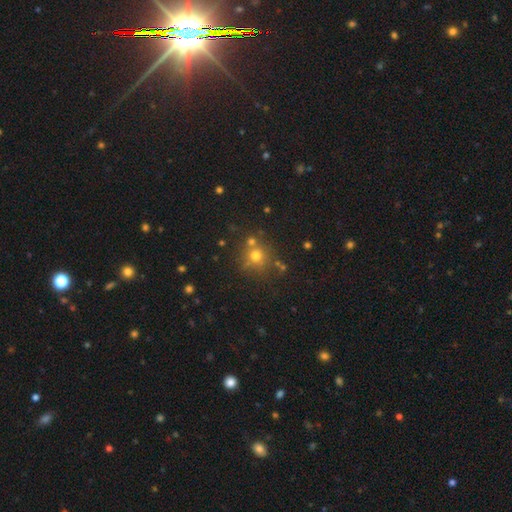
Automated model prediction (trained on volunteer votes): Smooth or featured?
  - smooth: 66% *
  - star or artifact: 23%
  - featured or disk: 11%
How rounded?
  - round: 90% *
  - in between: 9%
  - cigar-shaped: 1%
Merging?
  - none: 71% *
  - merger: 15%
  - minor disturbance: 10%
  - major disturbance: 4%